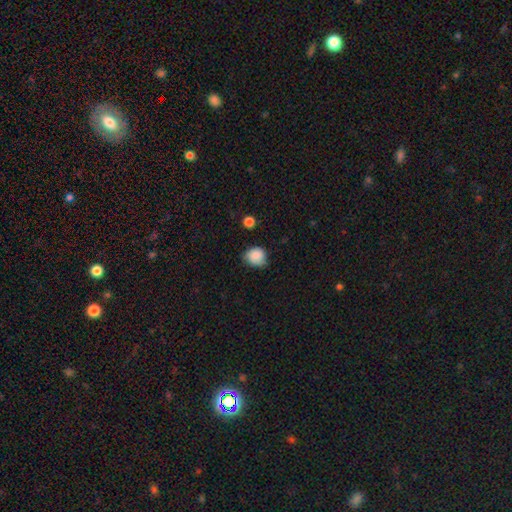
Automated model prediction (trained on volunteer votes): Morphology: type=smooth (82%); roundness=round (74%); merging=none (62%).